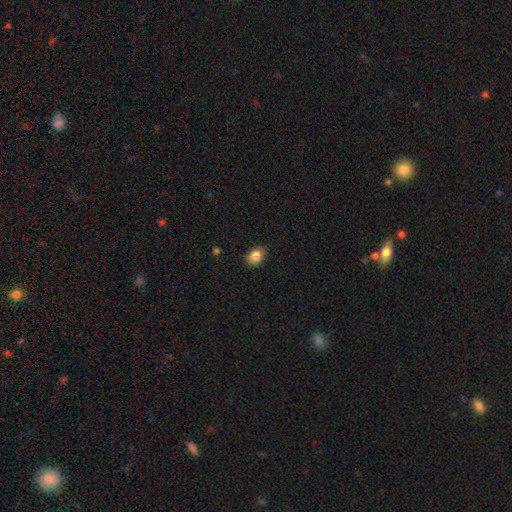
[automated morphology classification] A smooth galaxy with no disk features (87%) that is in between round and cigar-shaped (80%). Merging: none (88%).